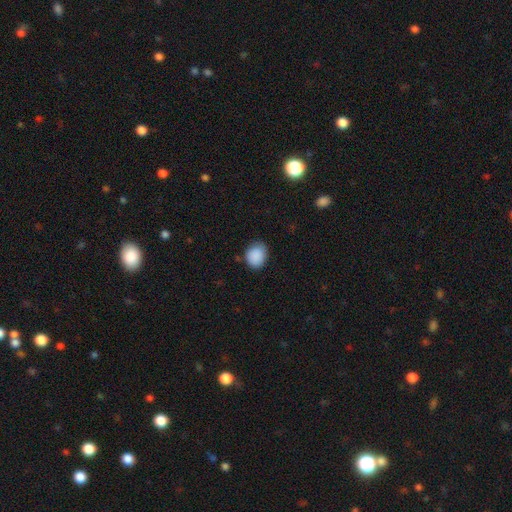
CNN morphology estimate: The model was most divided on "how rounded": round: 61%, in between: 38%, cigar-shaped: 1%. More confident: smooth or featured — smooth (89%); merging — none (78%).